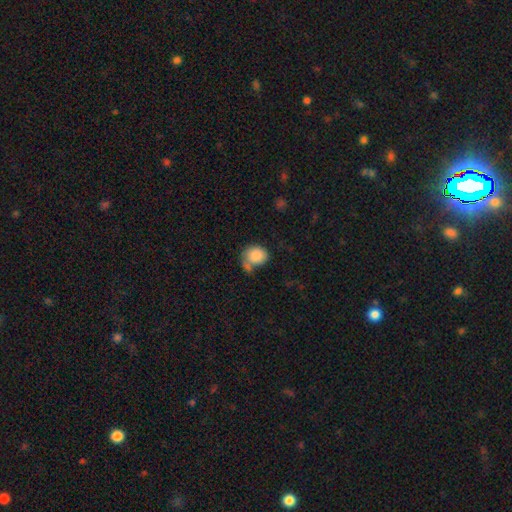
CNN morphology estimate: smooth 85%, featured or disk 8%, star or artifact 8%. Down the decision tree: how rounded — round (65%); merging — none (44%).